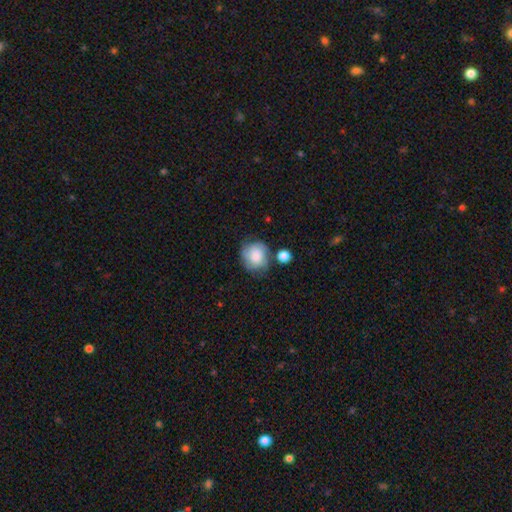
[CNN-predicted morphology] Q: Smooth or featured?
A: smooth (71%); runner-up: featured or disk (21%)
Q: How rounded?
A: round (78%); runner-up: in between (21%)
Q: Merging?
A: none (58%); runner-up: minor disturbance (23%)